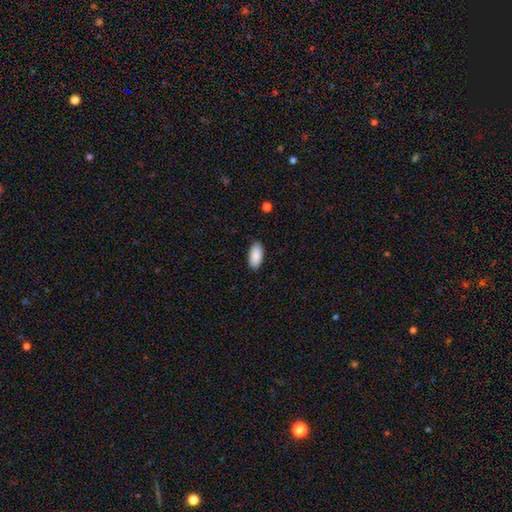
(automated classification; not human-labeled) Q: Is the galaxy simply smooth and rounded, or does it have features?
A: smooth — 90%.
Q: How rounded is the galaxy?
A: in between — 94%.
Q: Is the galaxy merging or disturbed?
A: none — 89%.